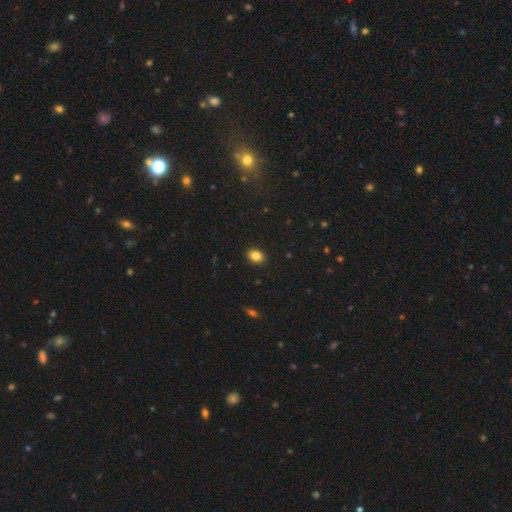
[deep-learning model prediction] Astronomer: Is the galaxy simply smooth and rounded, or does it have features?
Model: smooth — 86%.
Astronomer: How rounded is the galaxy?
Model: in between — 69%.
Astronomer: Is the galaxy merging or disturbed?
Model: none — 90%.